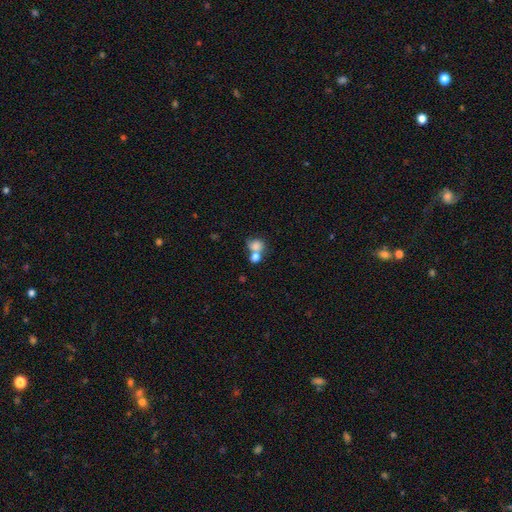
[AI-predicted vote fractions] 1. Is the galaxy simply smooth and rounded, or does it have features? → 79% smooth, 12% featured or disk, 10% star or artifact.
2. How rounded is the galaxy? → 53% round, 45% in between, 1% cigar-shaped.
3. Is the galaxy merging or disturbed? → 61% merger, 27% none, 7% minor disturbance, 5% major disturbance.